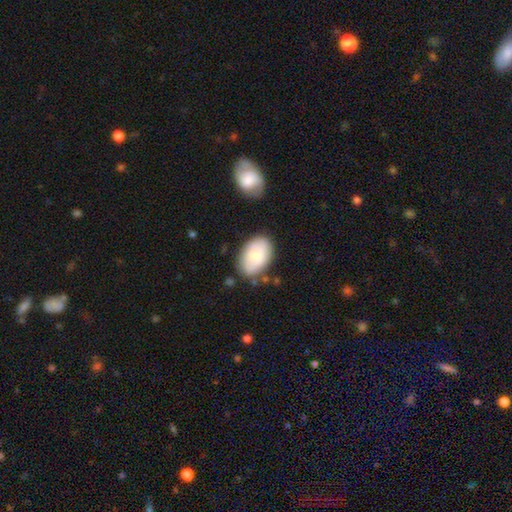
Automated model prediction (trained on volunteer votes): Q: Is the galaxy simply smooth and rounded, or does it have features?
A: smooth — 76%.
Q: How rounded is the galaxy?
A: in between — 90%.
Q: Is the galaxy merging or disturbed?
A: none — 77%.